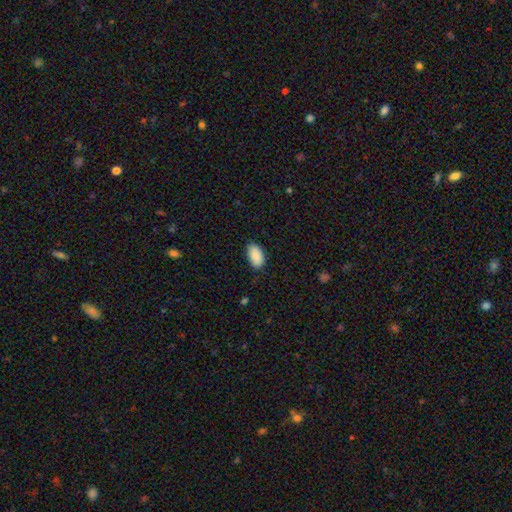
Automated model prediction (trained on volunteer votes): smooth 90%, star or artifact 7%, featured or disk 3%. Down the decision tree: how rounded — in between (95%); merging — none (81%).